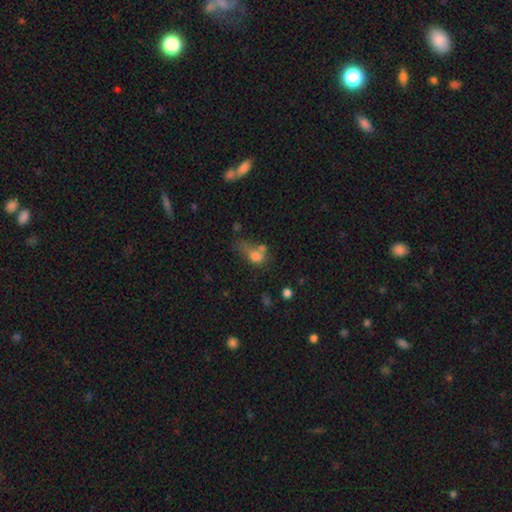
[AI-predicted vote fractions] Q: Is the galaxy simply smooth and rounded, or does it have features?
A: smooth — 69%.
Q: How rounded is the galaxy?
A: in between — 67%.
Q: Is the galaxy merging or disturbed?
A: merger — 31%.